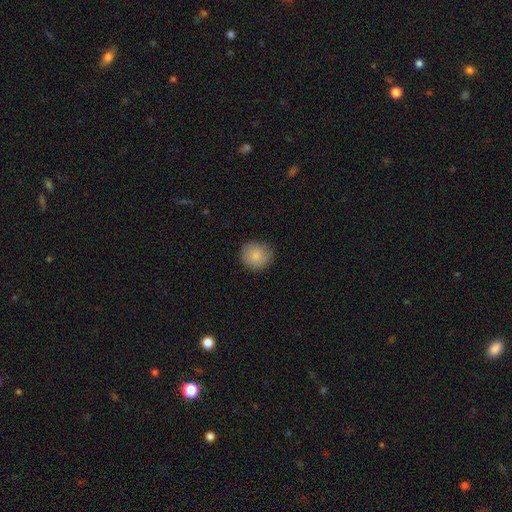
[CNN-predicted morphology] type=smooth (85%); roundness=round (88%); merging=none (85%).